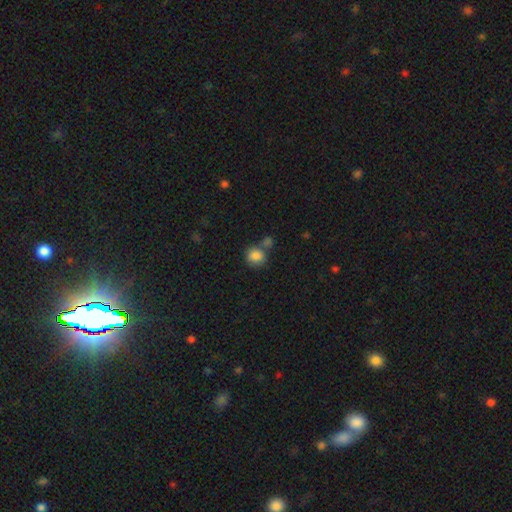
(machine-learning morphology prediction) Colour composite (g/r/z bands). It shows a smooth galaxy with no disk features (85%) that is round (75%). Merging: none (56%).